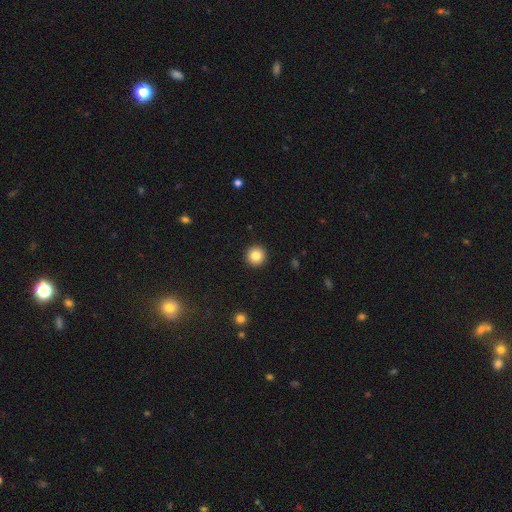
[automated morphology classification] Smooth or featured? smooth (83%)
How rounded? round (96%)
Merging? none (93%)